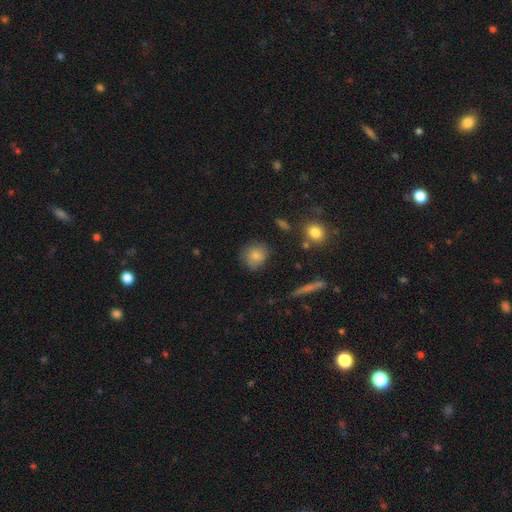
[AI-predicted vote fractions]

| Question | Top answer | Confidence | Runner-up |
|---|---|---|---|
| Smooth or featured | smooth | 80% | featured or disk (11%) |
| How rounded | round | 82% | in between (16%) |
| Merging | none | 78% | minor disturbance (16%) |